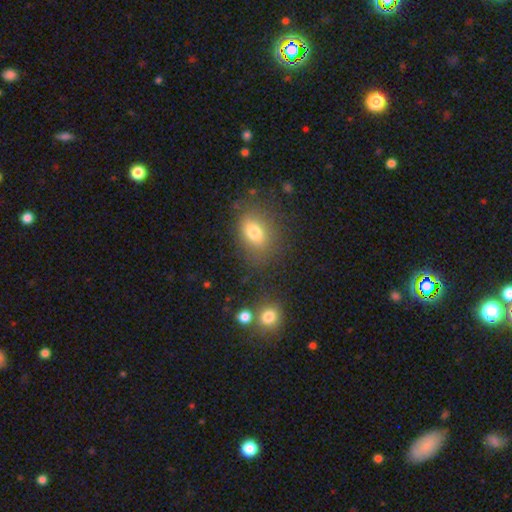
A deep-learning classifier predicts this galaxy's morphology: type=smooth (63%); roundness=in between (57%); merging=none (83%).